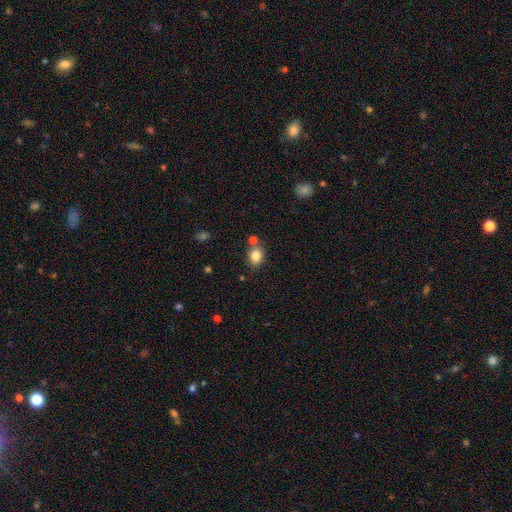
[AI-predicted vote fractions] Overall: smooth (83%). How rounded: in between (56%; round 43%). Merging: none (70%).